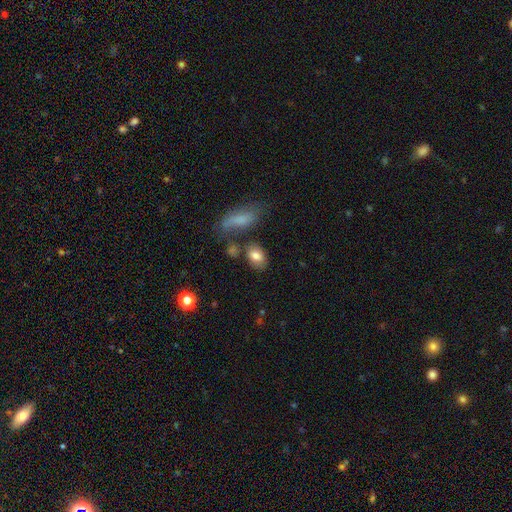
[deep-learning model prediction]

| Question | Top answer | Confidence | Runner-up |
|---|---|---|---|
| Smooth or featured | smooth | 81% | featured or disk (11%) |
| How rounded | in between | 85% | round (12%) |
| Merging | none | 67% | minor disturbance (15%) |